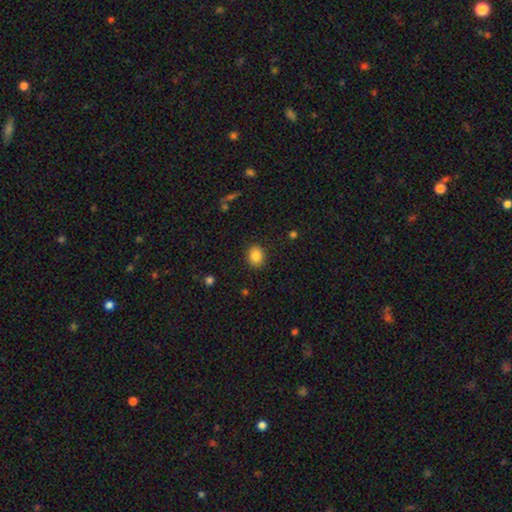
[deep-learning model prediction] smooth-or-featured: smooth: 85% | star or artifact: 10% | featured or disk: 5%
  how-rounded: round: 59% | in between: 40% | cigar-shaped: 1%
  merging: none: 89% | minor disturbance: 7% | major disturbance: 2% | merger: 1%